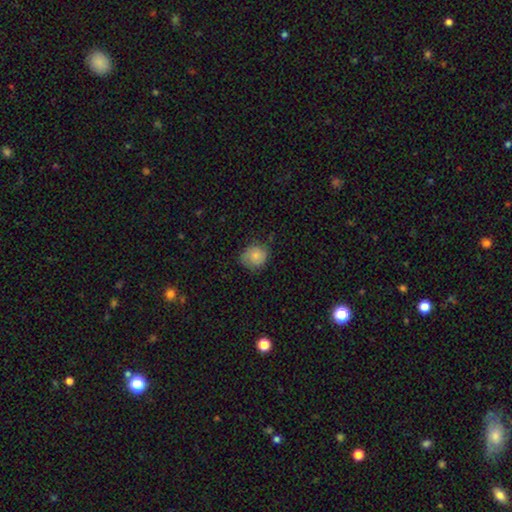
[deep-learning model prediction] Smooth or featured: smooth — 79% (featured or disk — 13%)
How rounded: round — 73% (in between — 27%)
Merging: none — 68% (minor disturbance — 25%)